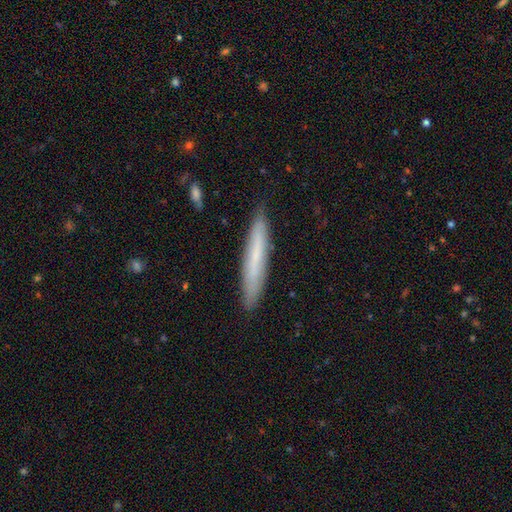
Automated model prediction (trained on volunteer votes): Overall: smooth (64%; featured or disk 29%). How rounded: cigar-shaped (94%). Merging: none (88%).